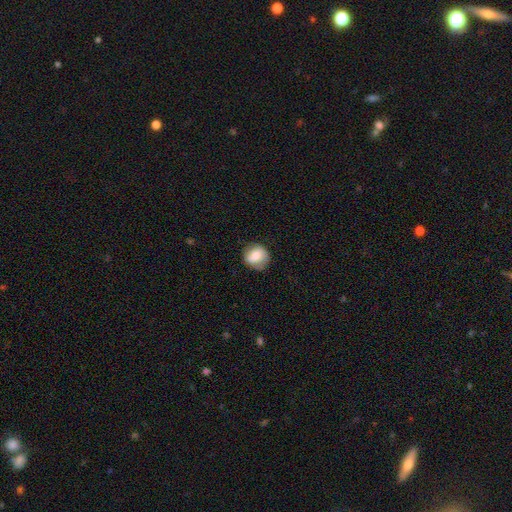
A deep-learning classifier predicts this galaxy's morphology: Overall: smooth (68%). How rounded: round (79%). Merging: none (75%).